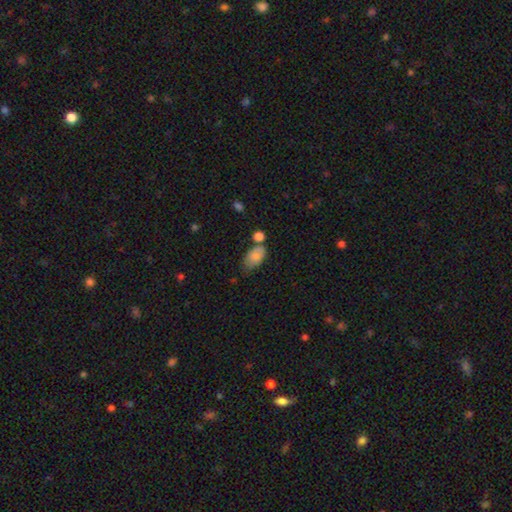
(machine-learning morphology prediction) The model was most divided on "merging": none: 47%, minor disturbance: 29%, merger: 17%, major disturbance: 8%. More confident: how rounded — in between (90%); smooth or featured — smooth (76%).